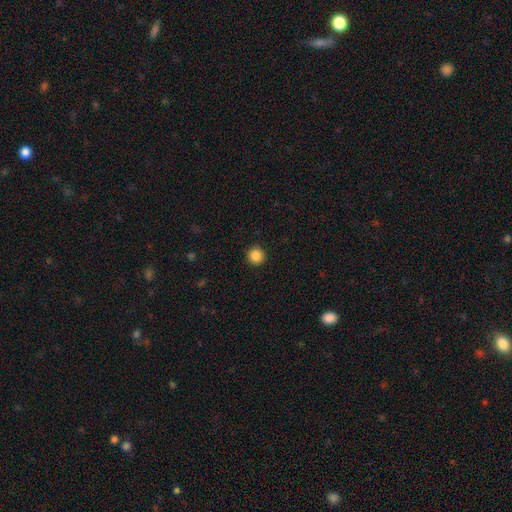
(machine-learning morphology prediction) A smooth galaxy with no disk features (86%) that is round (96%). Merging: none (93%).